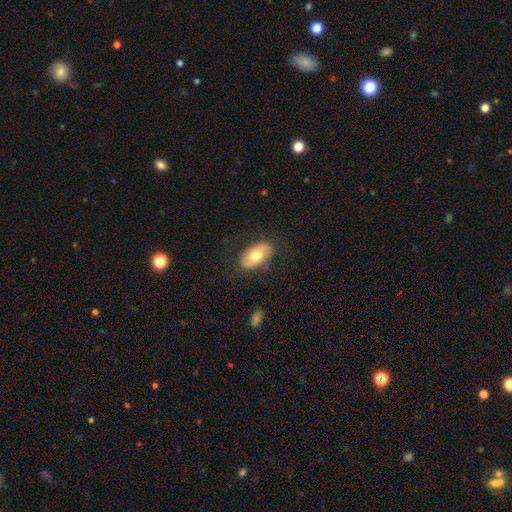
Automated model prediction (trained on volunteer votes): The model was most divided on "smooth or featured": smooth: 67%, featured or disk: 27%, star or artifact: 6%. More confident: how rounded — in between (93%); merging — none (82%).